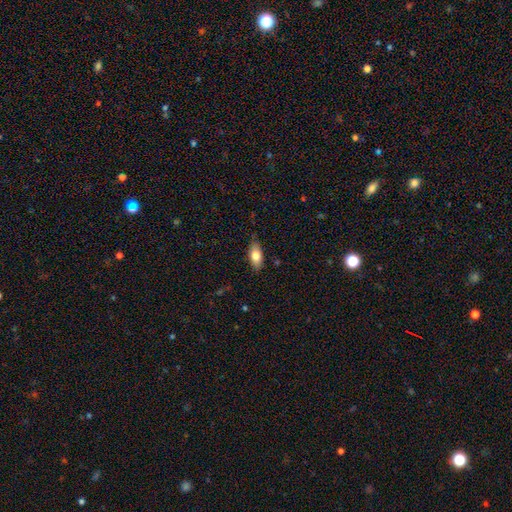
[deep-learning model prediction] This is likely a smooth galaxy (76%). How rounded: clearly in between (86%). Merging: clearly none (82%).